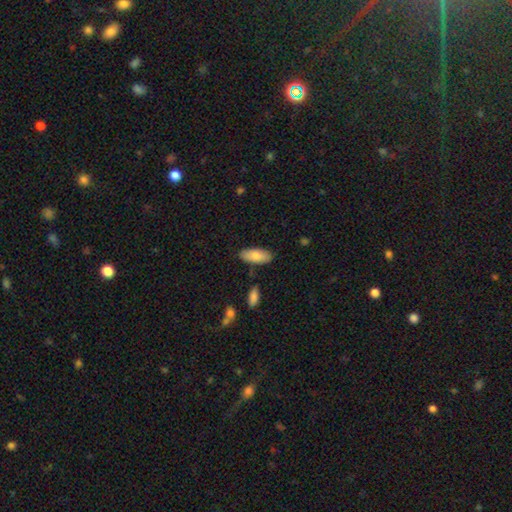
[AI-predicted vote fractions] Morphology: type=smooth (80%); roundness=in between (86%); merging=none (82%).